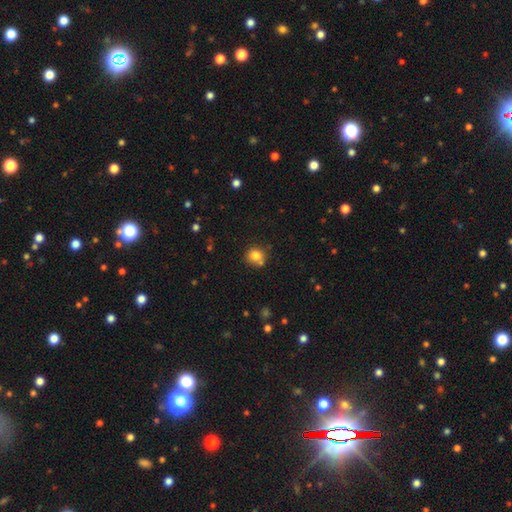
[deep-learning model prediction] This appears to be a smooth galaxy with no disk features (80%) that is round (86%). Merging: none (66%).